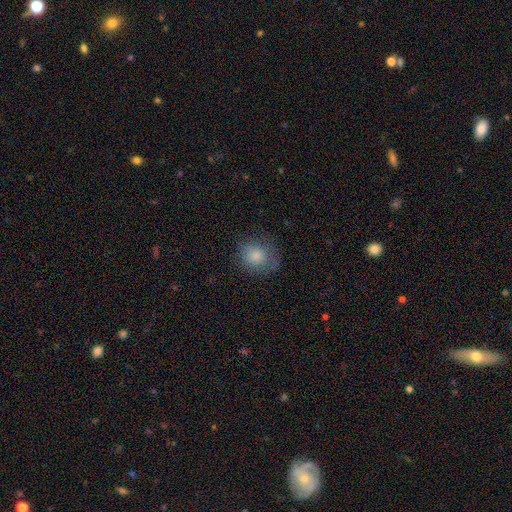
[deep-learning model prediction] The model was most divided on "how rounded": round: 72%, in between: 27%, cigar-shaped: 1%. More confident: smooth or featured — smooth (81%); merging — none (69%).